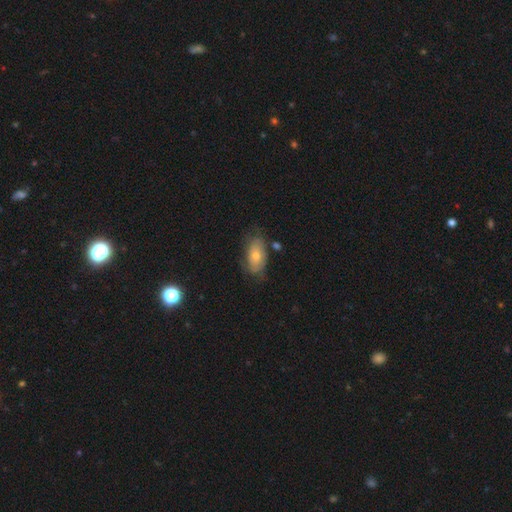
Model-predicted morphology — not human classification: Smooth or featured? Predicted: smooth (p=0.56). How rounded? Predicted: in between (p=0.89). Merging? Predicted: none (p=0.68).